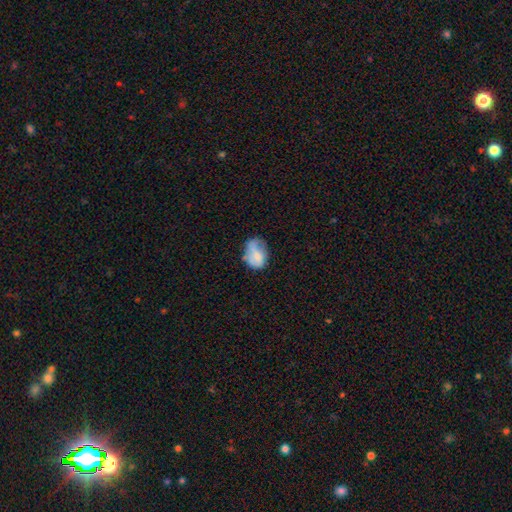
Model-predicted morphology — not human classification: A smooth galaxy with no disk features (68%) that is in between round and cigar-shaped (71%).

Vote fractions:
- Smooth or featured? smooth: 68% / featured or disk: 23% / star or artifact: 9%
- How rounded? in between: 71% / round: 28% / cigar-shaped: 1%
- Merging? none: 38% / minor disturbance: 35% / major disturbance: 21% / merger: 6%